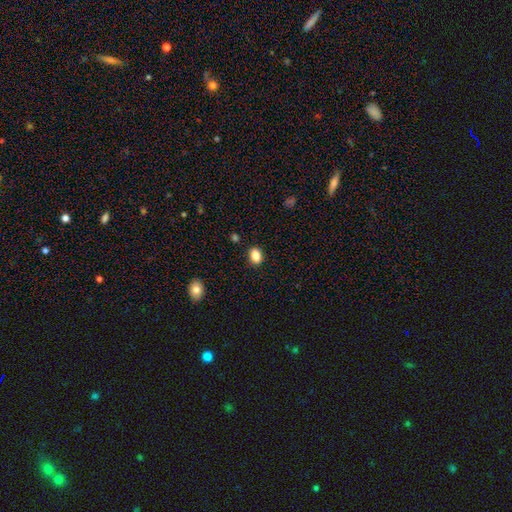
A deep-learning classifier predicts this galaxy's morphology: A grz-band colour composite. It shows a smooth galaxy with no disk features (86%) that is in between round and cigar-shaped (72%). Merging: none (88%).